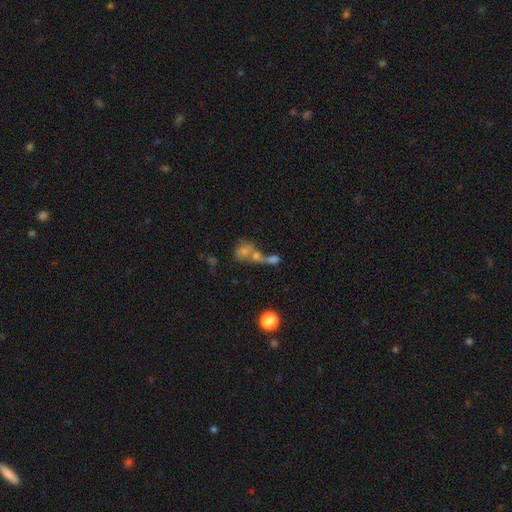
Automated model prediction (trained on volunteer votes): Smooth or featured: smooth — 38% (star or artifact — 32%)
Merging: merger — 45% (none — 32%)